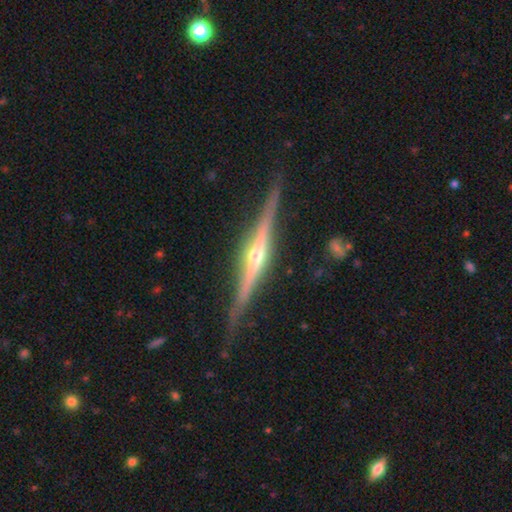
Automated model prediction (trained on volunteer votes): This appears to be a featured or disk galaxy (87%) viewed edge-on (98%) with a rounded central bulge (90%). Merging: none (87%).